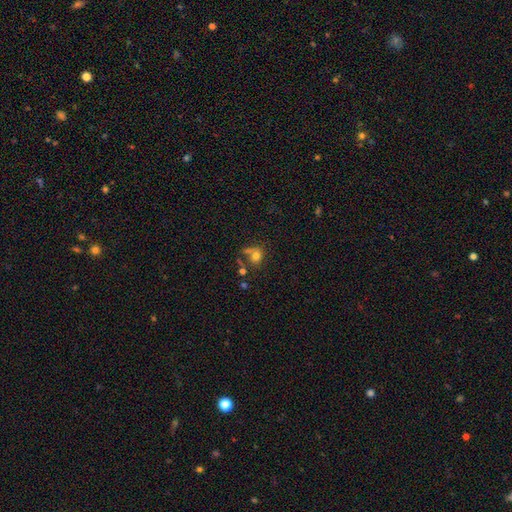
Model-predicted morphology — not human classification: This appears to be a smooth galaxy with no disk features (73%) that is round (66%). Merging: none (45%).